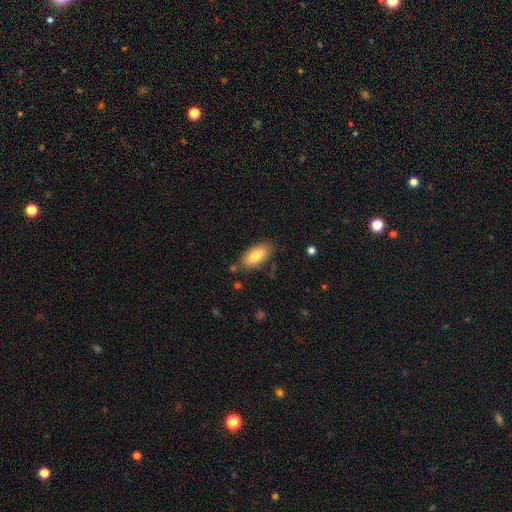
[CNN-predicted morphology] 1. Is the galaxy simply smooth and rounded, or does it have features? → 79% smooth, 14% featured or disk, 6% star or artifact.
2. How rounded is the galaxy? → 87% in between, 11% cigar-shaped, 2% round.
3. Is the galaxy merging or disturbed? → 80% none, 14% minor disturbance, 3% major disturbance, 3% merger.